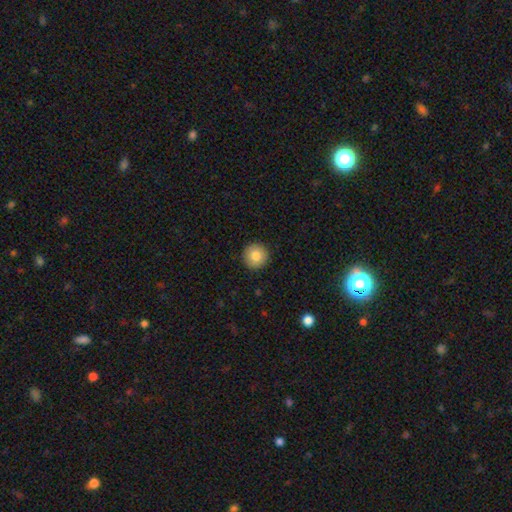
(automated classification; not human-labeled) Overall: smooth (83%). How rounded: round (96%). Merging: none (93%).